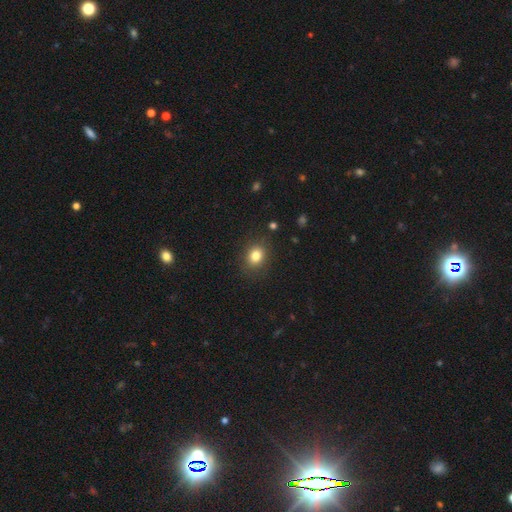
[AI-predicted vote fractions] Smooth or featured? smooth (81%)
How rounded? round (58%)
Merging? none (85%)